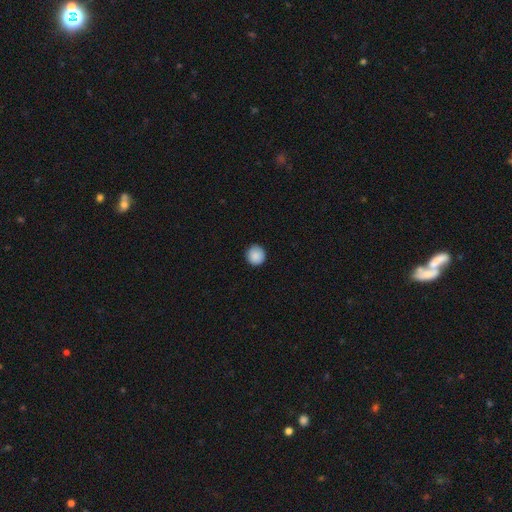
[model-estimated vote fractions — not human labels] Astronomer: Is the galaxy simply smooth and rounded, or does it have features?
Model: smooth — 89%.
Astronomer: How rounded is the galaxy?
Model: round — 95%.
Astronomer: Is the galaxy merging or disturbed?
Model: none — 91%.